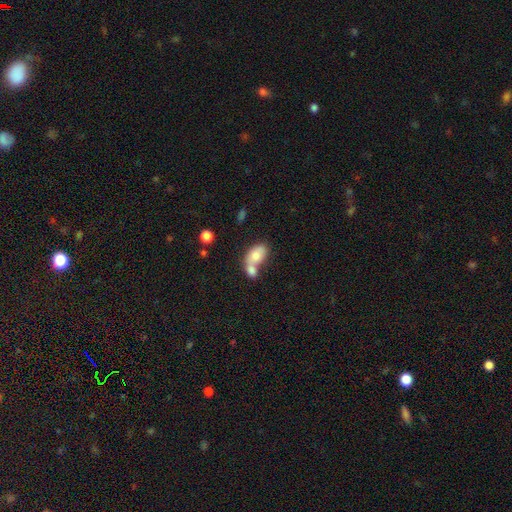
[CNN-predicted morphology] type=smooth (76%); roundness=in between (88%); merging=merger (65%).